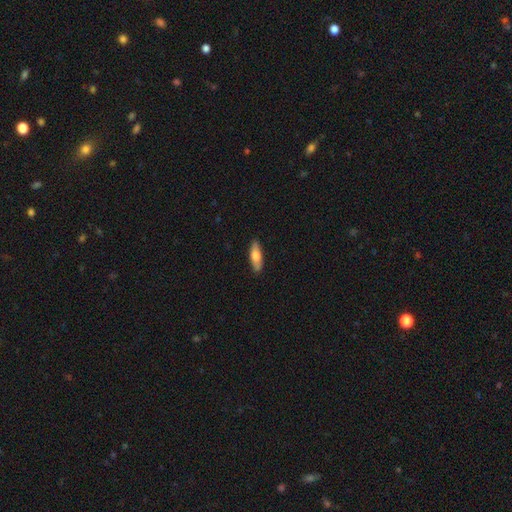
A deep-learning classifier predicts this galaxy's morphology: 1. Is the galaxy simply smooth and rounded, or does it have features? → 68% smooth, 26% featured or disk, 5% star or artifact.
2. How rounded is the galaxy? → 52% in between, 46% cigar-shaped, 2% round.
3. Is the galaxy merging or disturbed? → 88% none, 9% minor disturbance, 2% major disturbance, 1% merger.